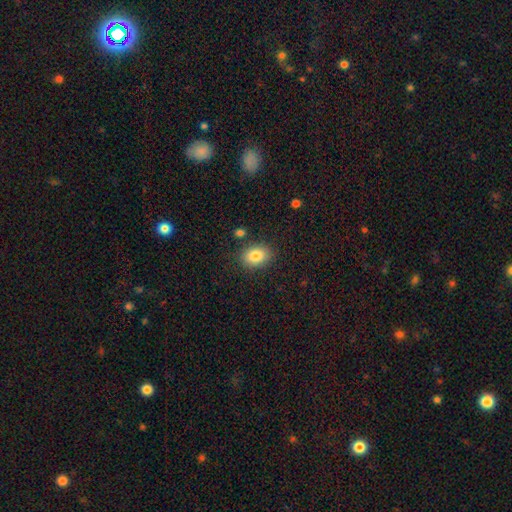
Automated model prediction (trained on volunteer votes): Overall: smooth (83%). How rounded: in between (72%). Merging: none (84%).